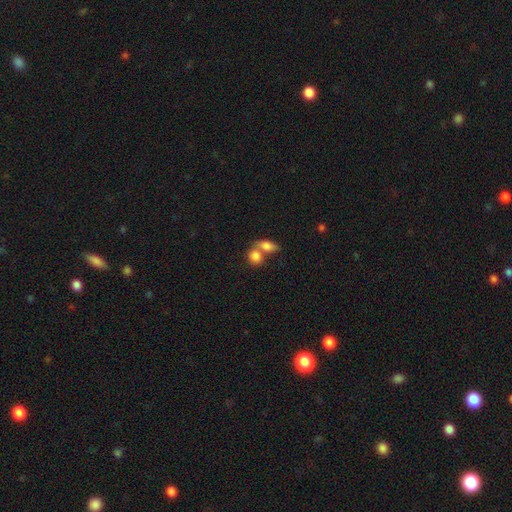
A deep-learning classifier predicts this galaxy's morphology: This is clearly a smooth galaxy (82%). How rounded: likely in between (61%). Merging: likely merger (61%).